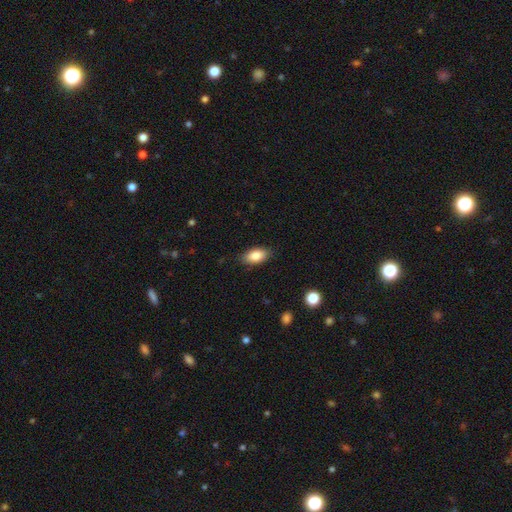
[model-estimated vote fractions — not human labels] A smooth galaxy with no disk features (86%) that is in between round and cigar-shaped (91%). Merging: none (84%).